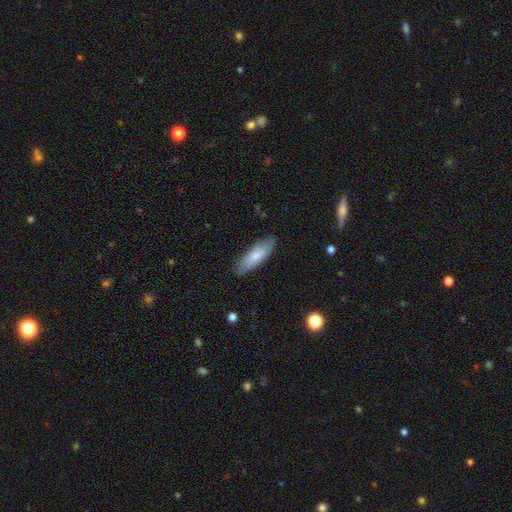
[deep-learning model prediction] smooth 74%, featured or disk 20%, star or artifact 6%. Down the decision tree: how rounded — in between (52%); merging — none (85%).